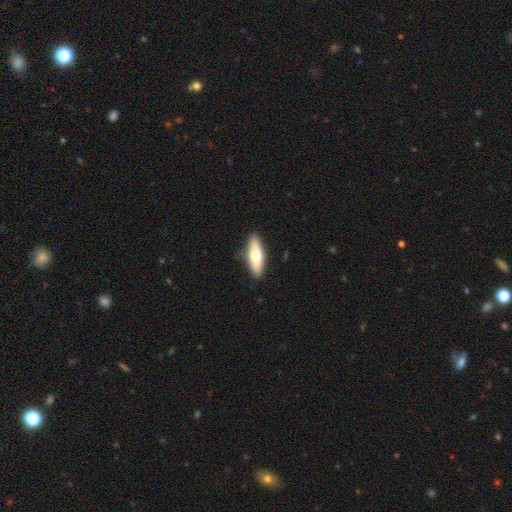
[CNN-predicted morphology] Smooth or featured: smooth — 62% (featured or disk — 33%)
How rounded: cigar-shaped — 51% (in between — 47%)
Merging: none — 87% (minor disturbance — 9%)